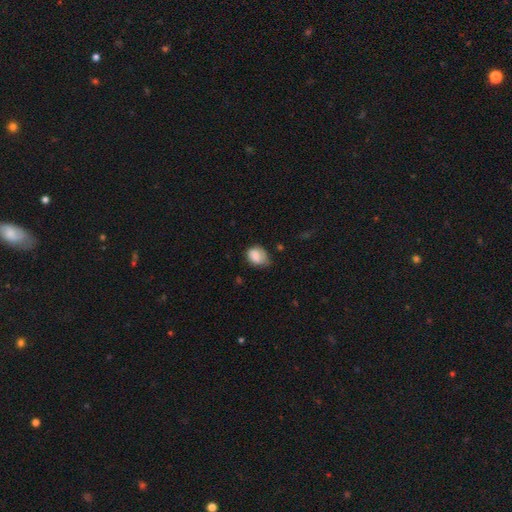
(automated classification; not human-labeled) smooth_or_featured: smooth (p=0.80) [alt: featured or disk p=0.12]
how_rounded: in between (p=0.60) [alt: round p=0.39]
merging: none (p=0.42) [alt: minor disturbance p=0.40]